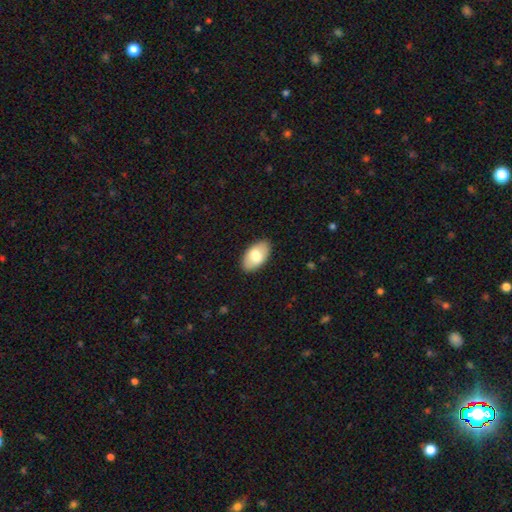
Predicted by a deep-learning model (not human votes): Morphology: type=smooth (74%); roundness=in between (95%); merging=none (88%).